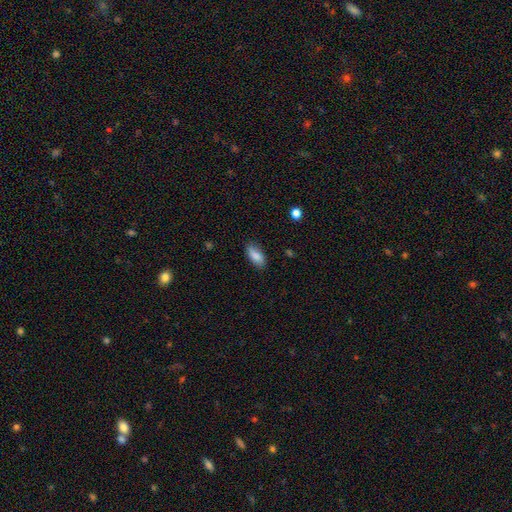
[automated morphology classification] smooth 85%, featured or disk 8%, star or artifact 7%. Down the decision tree: how rounded — in between (83%); merging — none (81%).